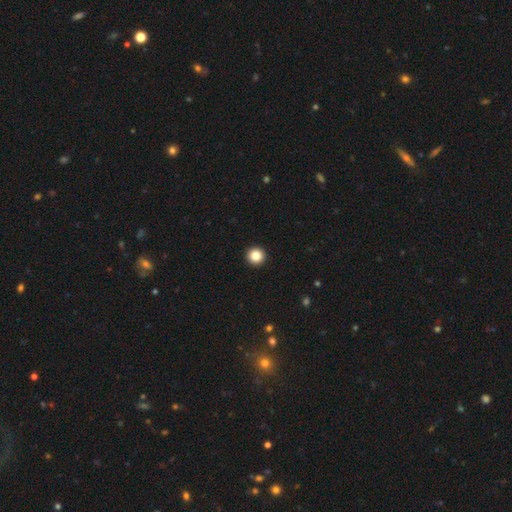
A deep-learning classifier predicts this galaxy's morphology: type=smooth (85%); roundness=round (97%); merging=none (95%).